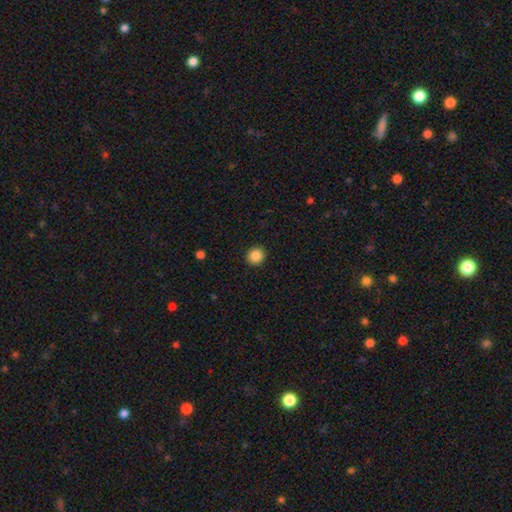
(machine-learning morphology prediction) Smooth or featured? smooth (87%)
How rounded? round (84%)
Merging? none (92%)